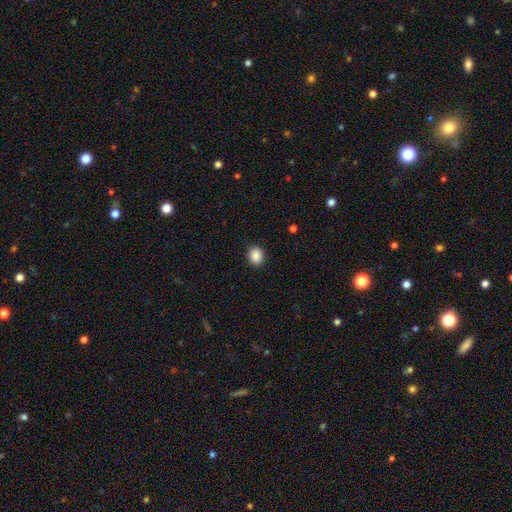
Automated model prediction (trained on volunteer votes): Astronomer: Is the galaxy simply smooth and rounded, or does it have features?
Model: smooth — 88%.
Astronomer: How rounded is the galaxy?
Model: round — 62%.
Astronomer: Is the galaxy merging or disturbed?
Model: none — 91%.